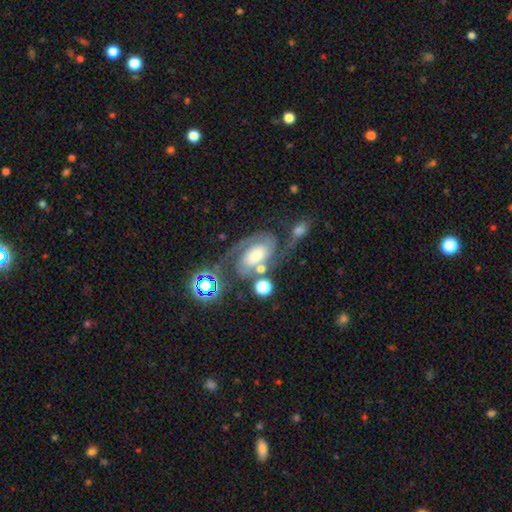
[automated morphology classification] This appears to be a featured or disk galaxy (82%) with no bar (60%), 2 (88%) tight (44%) spiral arms (97%) and a moderate central bulge (36%). Merging: none (52%).